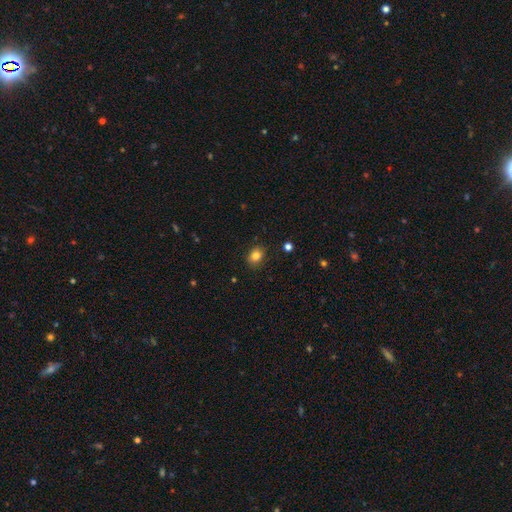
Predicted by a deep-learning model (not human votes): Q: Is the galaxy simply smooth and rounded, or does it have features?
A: smooth — 84%.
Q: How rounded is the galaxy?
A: in between — 56%.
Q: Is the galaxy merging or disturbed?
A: none — 86%.